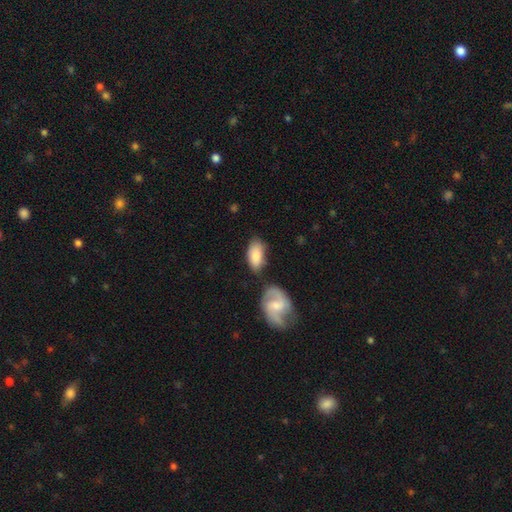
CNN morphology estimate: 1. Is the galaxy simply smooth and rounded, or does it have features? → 76% smooth, 18% featured or disk, 5% star or artifact.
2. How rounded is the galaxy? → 93% in between, 4% round, 3% cigar-shaped.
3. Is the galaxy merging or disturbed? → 57% none, 21% minor disturbance, 15% merger, 7% major disturbance.